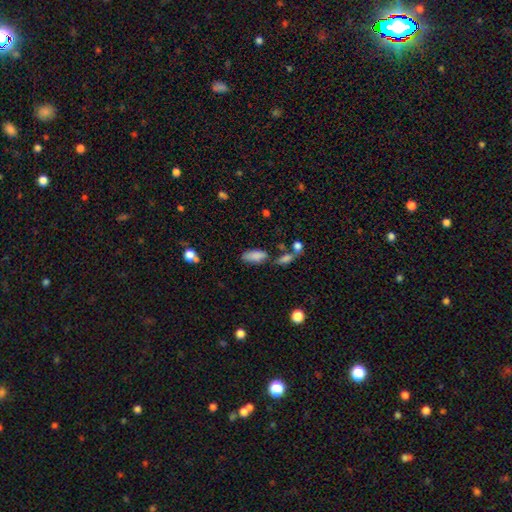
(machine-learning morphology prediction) Smooth or featured? Predicted: smooth (p=0.84). How rounded? Predicted: in between (p=0.85). Merging? Predicted: none (p=0.63).